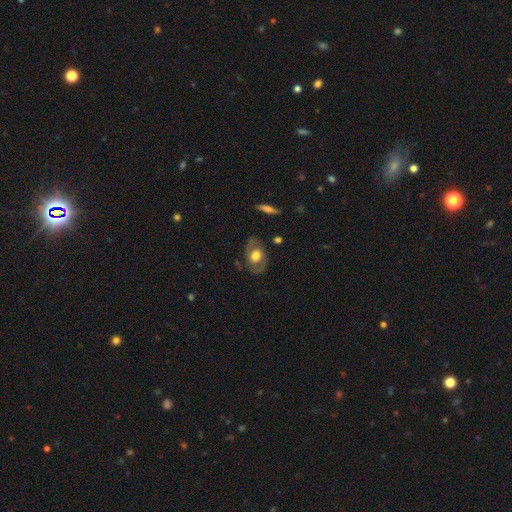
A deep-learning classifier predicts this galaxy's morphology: The model was most divided on "bulge size": moderate: 46%, large: 44%, small: 5%, dominant: 4%, none: 1%. More confident: edge-on disk — no (91%); bar — no (75%); merging — none (74%); smooth or featured — featured or disk (55%); spiral arms — no (51%).